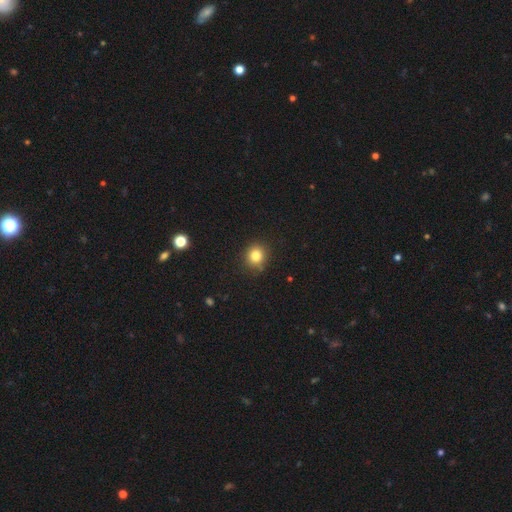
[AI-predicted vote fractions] Morphology: type=smooth (82%); roundness=round (87%); merging=none (88%).